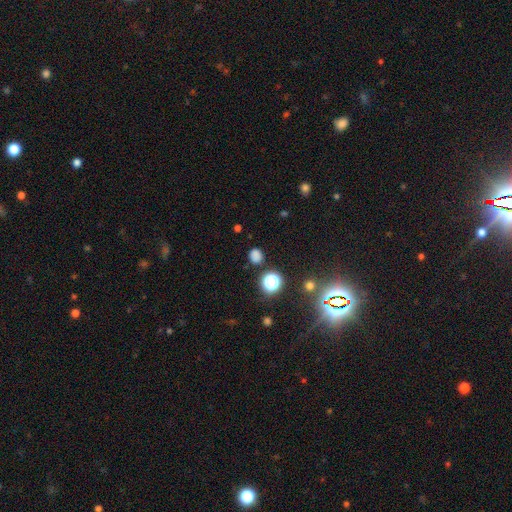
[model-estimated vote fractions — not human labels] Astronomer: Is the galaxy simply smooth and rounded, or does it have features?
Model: smooth — 71%.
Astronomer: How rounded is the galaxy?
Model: round — 79%.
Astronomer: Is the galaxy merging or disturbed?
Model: none — 83%.